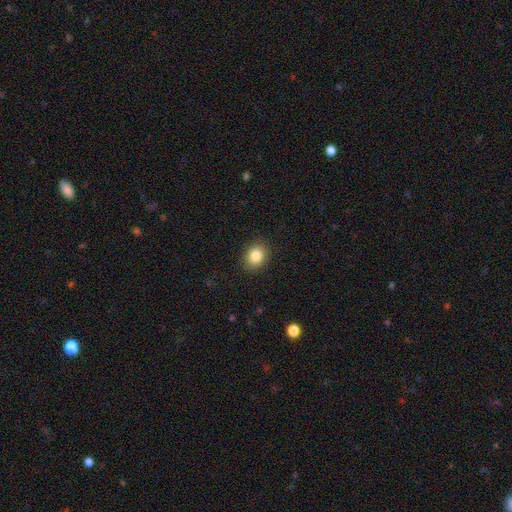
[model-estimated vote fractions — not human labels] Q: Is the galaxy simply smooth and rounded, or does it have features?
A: smooth — 84%.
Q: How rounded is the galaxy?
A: in between — 53%.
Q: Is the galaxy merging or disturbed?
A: none — 89%.